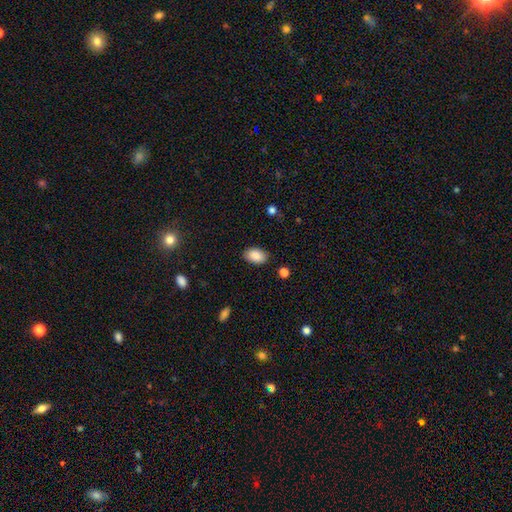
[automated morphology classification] Q: Smooth or featured?
A: smooth (88%); runner-up: star or artifact (7%)
Q: How rounded?
A: in between (90%); runner-up: round (8%)
Q: Merging?
A: none (86%); runner-up: minor disturbance (11%)